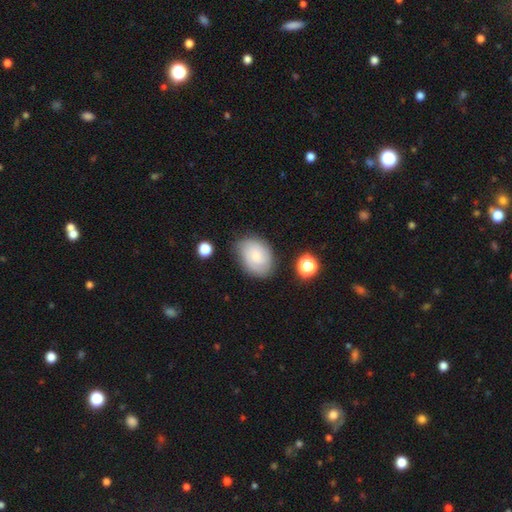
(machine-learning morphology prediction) Smooth or featured?
  - smooth: 59% *
  - featured or disk: 32%
  - star or artifact: 9%
How rounded?
  - in between: 75% *
  - round: 24%
  - cigar-shaped: 1%
Merging?
  - none: 72% *
  - minor disturbance: 20%
  - major disturbance: 5%
  - merger: 3%